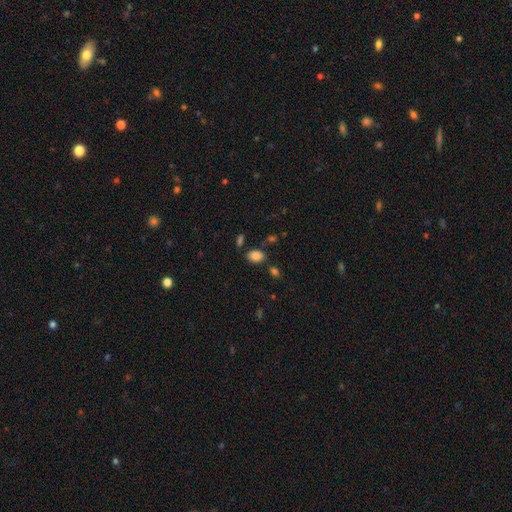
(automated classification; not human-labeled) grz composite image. It shows a smooth galaxy with no disk features (85%) that is in between round and cigar-shaped (82%). Merging: none (79%).